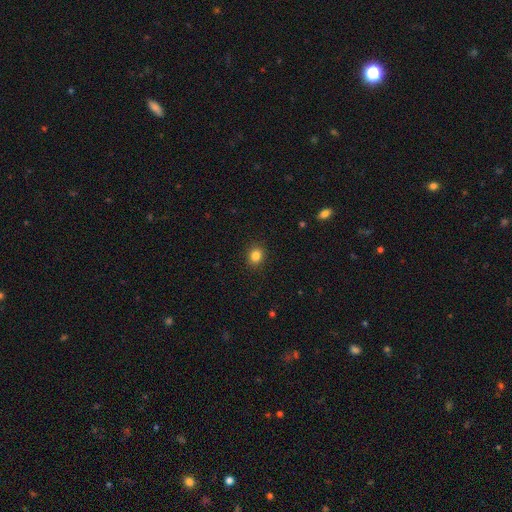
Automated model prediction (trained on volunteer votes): smooth 84%, star or artifact 11%, featured or disk 5%. Down the decision tree: how rounded — round (64%); merging — none (91%).